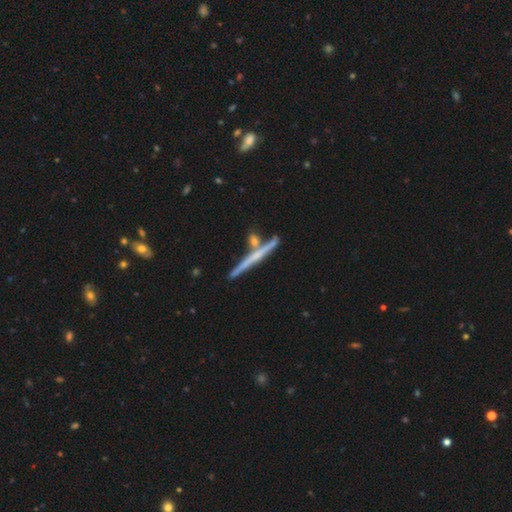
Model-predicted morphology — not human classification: Smooth or featured? featured or disk (63%)
Edge-on disk? yes (97%)
Edge-on bulge? none (62%)
Merging? none (77%)